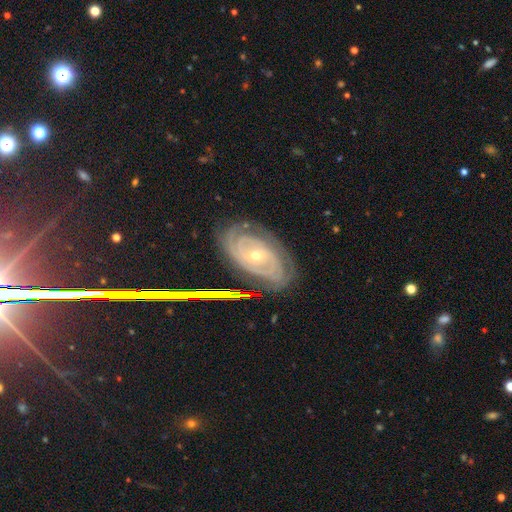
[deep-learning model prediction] A featured or disk galaxy (87%) with no bar (64%), 2 (33%) tight (79%) spiral arms (96%) and a small central bulge (60%). Merging: none (78%).